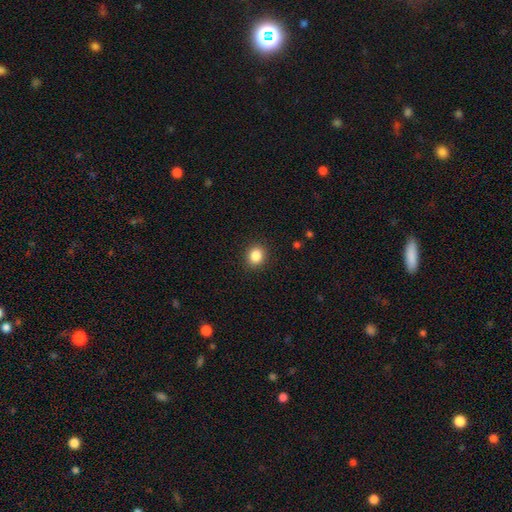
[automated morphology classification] The model was most divided on "how rounded": round: 74%, in between: 25%, cigar-shaped: 1%. More confident: merging — none (90%); smooth or featured — smooth (86%).